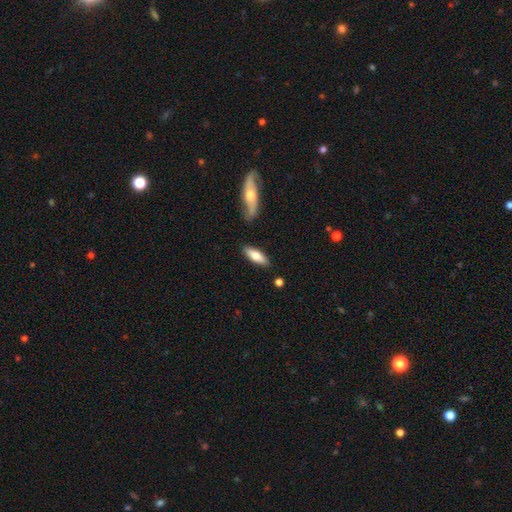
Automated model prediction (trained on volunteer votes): A smooth galaxy with no disk features (72%) that is in between round and cigar-shaped (60%).

Vote fractions:
- Smooth or featured? smooth: 72% / featured or disk: 22% / star or artifact: 6%
- How rounded? in between: 60% / cigar-shaped: 38% / round: 2%
- Merging? none: 82% / minor disturbance: 11% / merger: 4% / major disturbance: 3%